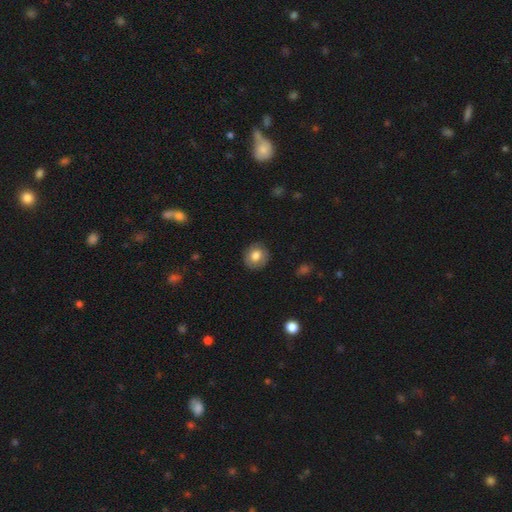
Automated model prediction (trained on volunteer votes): smooth_or_featured: smooth (p=0.78) [alt: featured or disk p=0.14]
how_rounded: round (p=0.81) [alt: in between p=0.18]
merging: none (p=0.87) [alt: minor disturbance p=0.09]